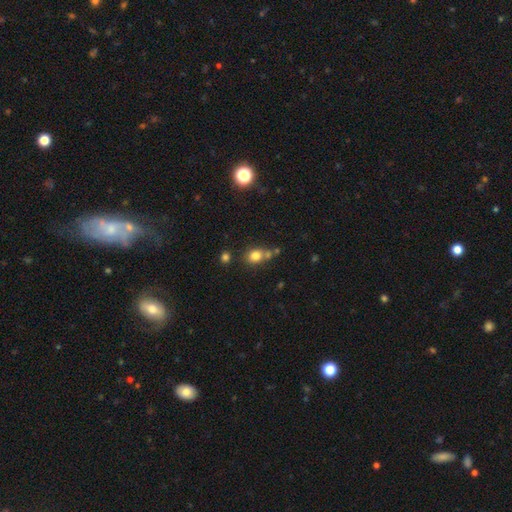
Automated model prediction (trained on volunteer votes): Smooth or featured?
  - smooth: 78% *
  - star or artifact: 13%
  - featured or disk: 9%
How rounded?
  - round: 59% *
  - in between: 40%
  - cigar-shaped: 1%
Merging?
  - none: 56% *
  - merger: 24%
  - minor disturbance: 15%
  - major disturbance: 5%